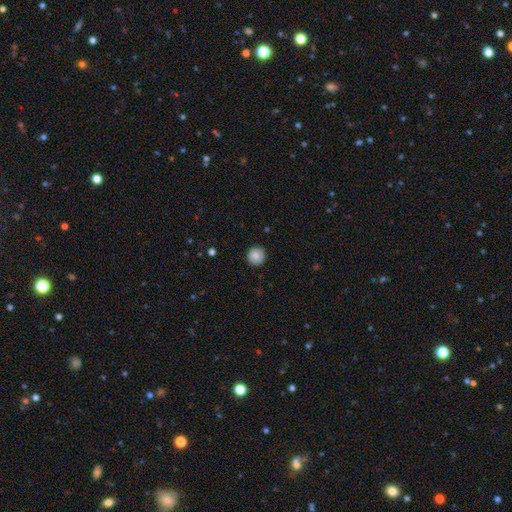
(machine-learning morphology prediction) smooth-or-featured: smooth: 86% | star or artifact: 8% | featured or disk: 6%
  how-rounded: round: 95% | in between: 4% | cigar-shaped: 1%
  merging: none: 90% | minor disturbance: 7% | major disturbance: 2% | merger: 1%